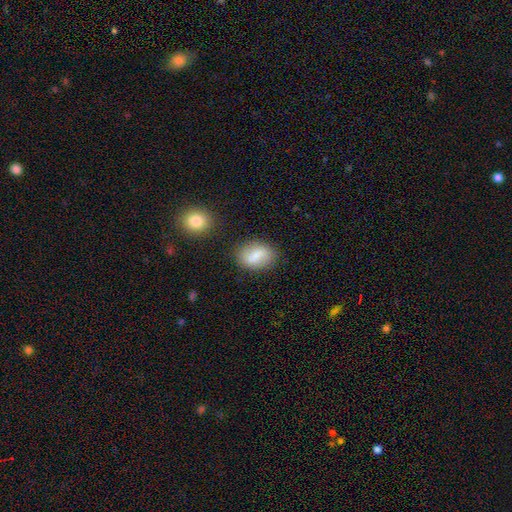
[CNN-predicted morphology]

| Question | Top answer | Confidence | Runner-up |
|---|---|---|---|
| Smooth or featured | smooth | 73% | featured or disk (19%) |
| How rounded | in between | 79% | round (19%) |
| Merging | none | 78% | minor disturbance (14%) |